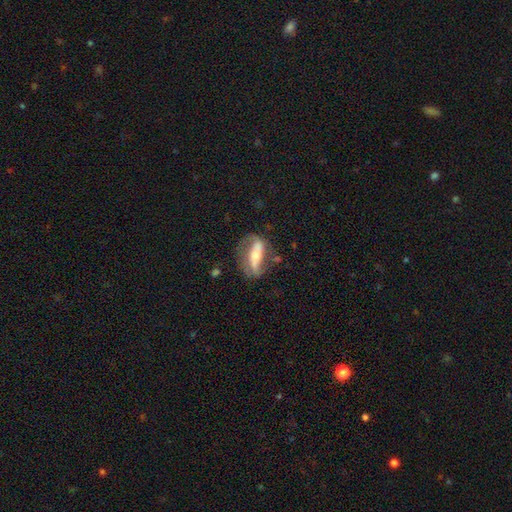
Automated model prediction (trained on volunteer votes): Smooth or featured?
  - featured or disk: 70% *
  - smooth: 24%
  - star or artifact: 6%
Edge-on disk?
  - no: 78% *
  - yes: 22%
Bar?
  - strong: 56% *
  - no: 25%
  - weak: 19%
Spiral arms?
  - yes: 72% *
  - no: 28%
Bulge size?
  - moderate: 54% *
  - small: 37%
  - large: 5%
  - none: 2%
  - dominant: 1%
Merging?
  - none: 59% *
  - minor disturbance: 22%
  - major disturbance: 15%
  - merger: 4%